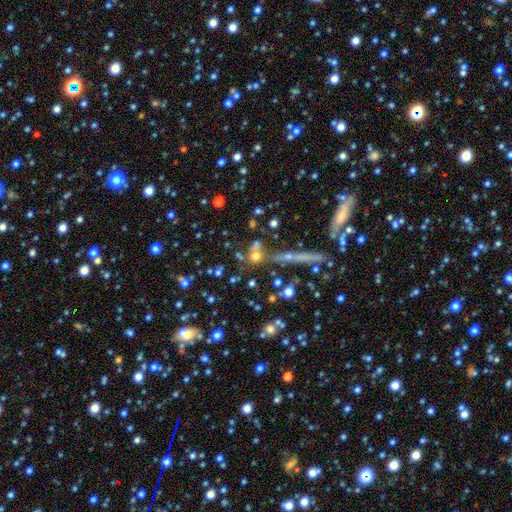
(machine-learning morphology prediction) A smooth galaxy with no disk features (58%) that is round (72%). Merging: none (57%).